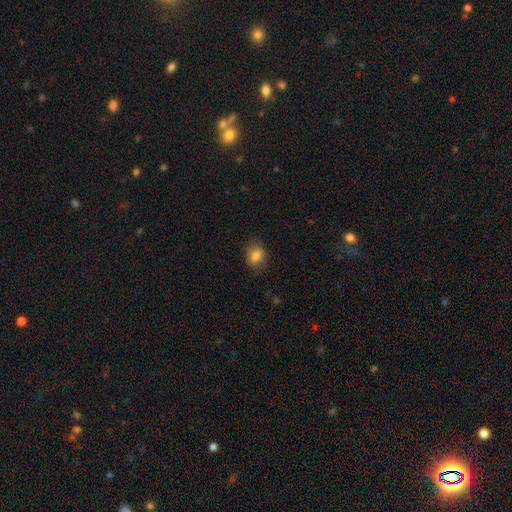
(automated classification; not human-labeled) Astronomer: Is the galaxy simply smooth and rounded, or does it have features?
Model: smooth — 80%.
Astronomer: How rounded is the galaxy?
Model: in between — 57% (runner-up: round, 41%).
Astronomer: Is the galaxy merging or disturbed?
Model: none — 77%.